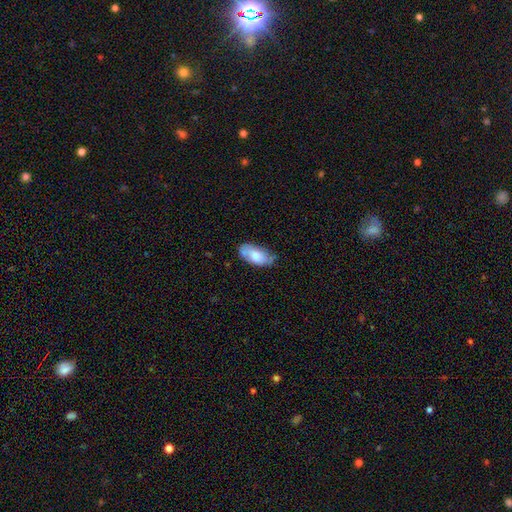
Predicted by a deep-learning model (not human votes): Smooth or featured?
  - smooth: 64% *
  - featured or disk: 30%
  - star or artifact: 6%
How rounded?
  - in between: 93% *
  - cigar-shaped: 5%
  - round: 3%
Merging?
  - none: 55% *
  - minor disturbance: 34%
  - major disturbance: 8%
  - merger: 3%